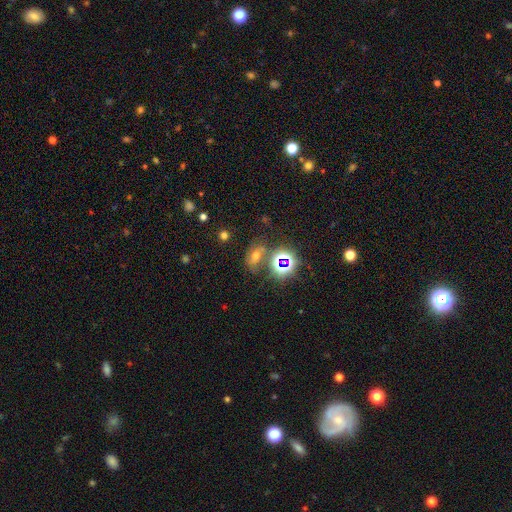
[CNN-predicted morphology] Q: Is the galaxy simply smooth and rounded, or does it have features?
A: star or artifact — 47%.